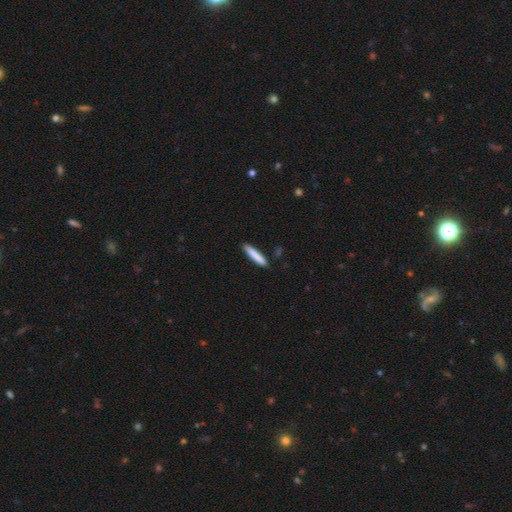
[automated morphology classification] Smooth or featured? Predicted: smooth (p=0.84). How rounded? Predicted: cigar-shaped (p=0.91). Merging? Predicted: none (p=0.89).